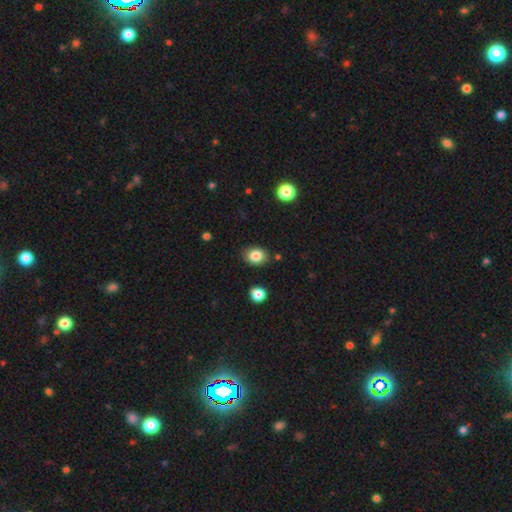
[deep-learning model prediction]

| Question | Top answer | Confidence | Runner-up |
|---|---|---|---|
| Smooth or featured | smooth | 85% | star or artifact (9%) |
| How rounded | in between | 60% | round (39%) |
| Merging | none | 84% | minor disturbance (10%) |